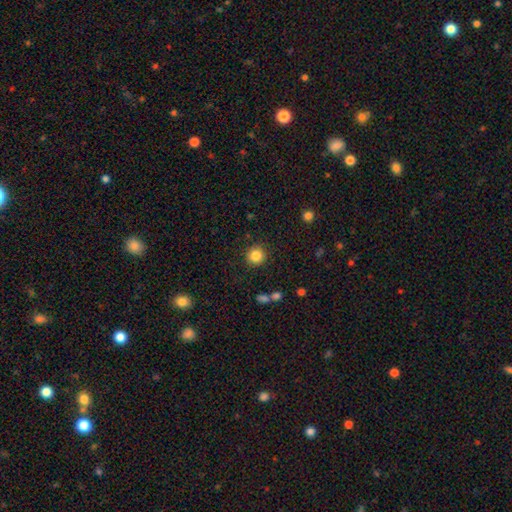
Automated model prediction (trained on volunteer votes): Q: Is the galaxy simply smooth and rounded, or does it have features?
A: smooth — 84%.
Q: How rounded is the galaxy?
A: round — 93%.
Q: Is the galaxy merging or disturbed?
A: none — 89%.